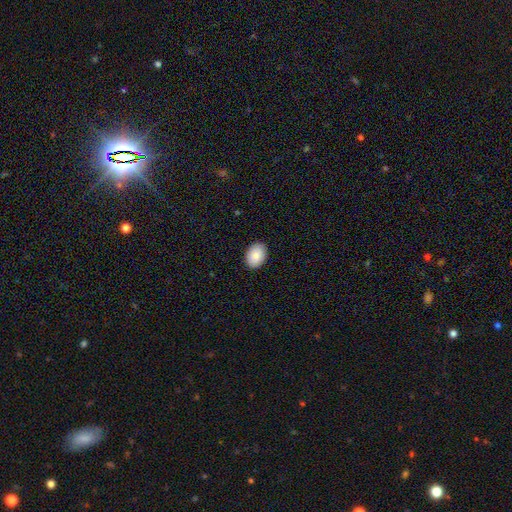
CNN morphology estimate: smooth 88%, star or artifact 6%, featured or disk 5%. Down the decision tree: how rounded — in between (81%); merging — none (89%).